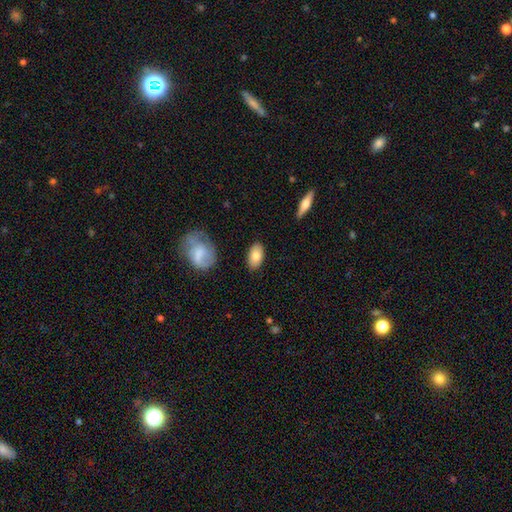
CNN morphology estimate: A smooth galaxy with no disk features (80%) that is in between round and cigar-shaped (93%).

Vote fractions:
- Smooth or featured? smooth: 80% / featured or disk: 13% / star or artifact: 7%
- How rounded? in between: 93% / round: 5% / cigar-shaped: 2%
- Merging? none: 85% / minor disturbance: 10% / major disturbance: 3% / merger: 2%